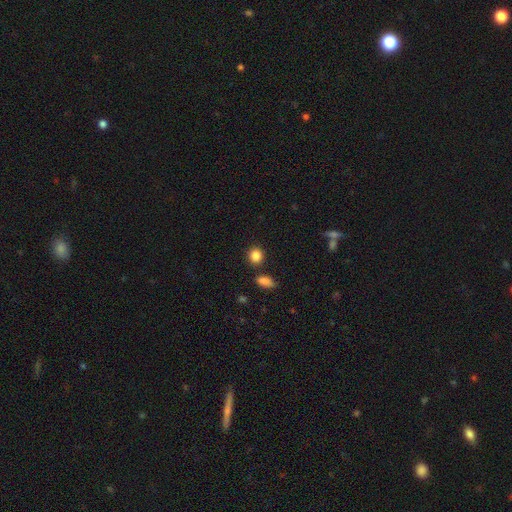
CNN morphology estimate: A smooth galaxy with no disk features (86%) that is round (78%).

Vote fractions:
- Smooth or featured? smooth: 86% / star or artifact: 10% / featured or disk: 4%
- How rounded? round: 78% / in between: 21% / cigar-shaped: 1%
- Merging? none: 83% / minor disturbance: 8% / merger: 6% / major disturbance: 3%